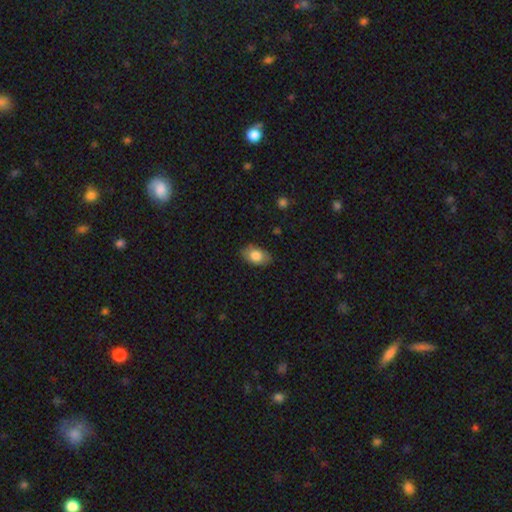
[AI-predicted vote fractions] The model was most divided on "merging": none: 83%, minor disturbance: 14%, major disturbance: 3%, merger: 1%. More confident: how rounded — in between (89%); smooth or featured — smooth (81%).